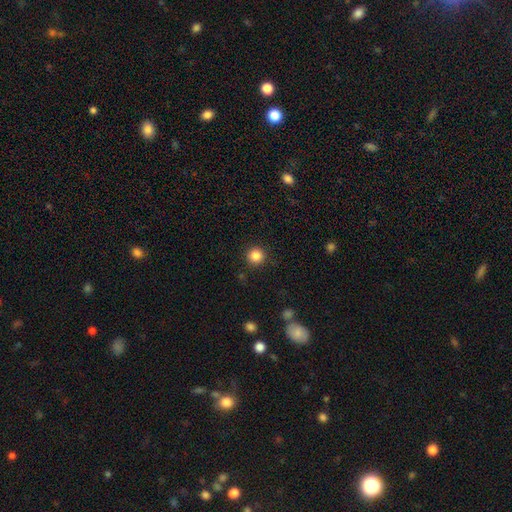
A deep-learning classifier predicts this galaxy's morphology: This appears to be a smooth galaxy with no disk features (85%) that is round (95%). Merging: none (91%).